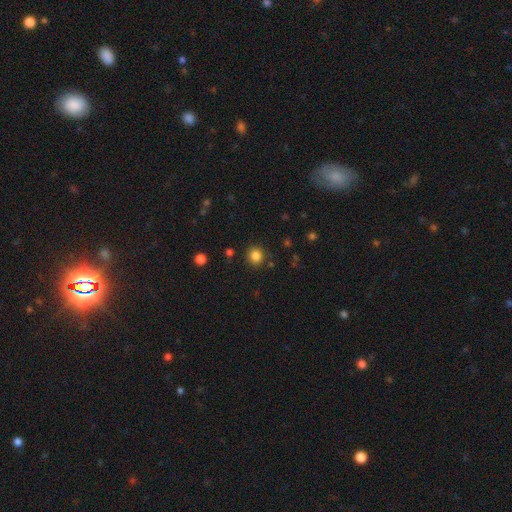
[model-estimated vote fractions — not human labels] smooth-or-featured: smooth: 83% | star or artifact: 12% | featured or disk: 4%
  how-rounded: round: 90% | in between: 9% | cigar-shaped: 1%
  merging: none: 88% | minor disturbance: 7% | major disturbance: 3% | merger: 2%